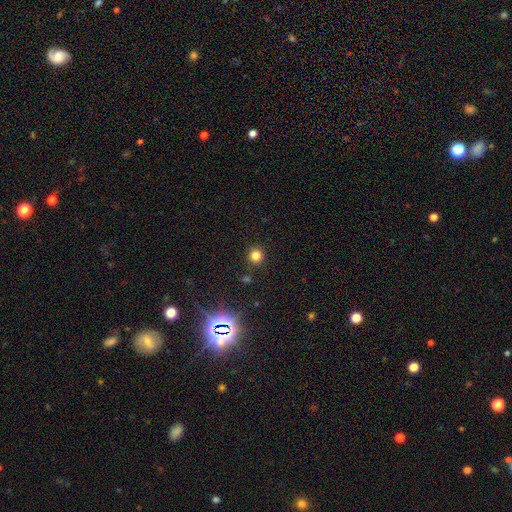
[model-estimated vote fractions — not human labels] The model was most divided on "smooth or featured": smooth: 77%, star or artifact: 17%, featured or disk: 5%. More confident: how rounded — round (92%); merging — none (89%).